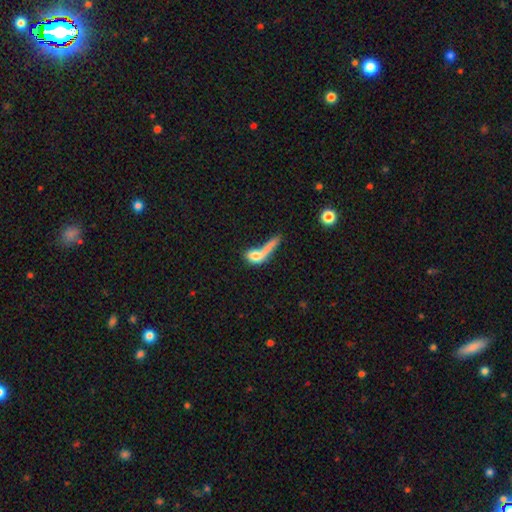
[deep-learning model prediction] Smooth or featured?
  - smooth: 64% *
  - featured or disk: 26%
  - star or artifact: 9%
How rounded?
  - in between: 44% *
  - round: 30%
  - cigar-shaped: 26%
Merging?
  - major disturbance: 33% *
  - merger: 31%
  - none: 24%
  - minor disturbance: 13%